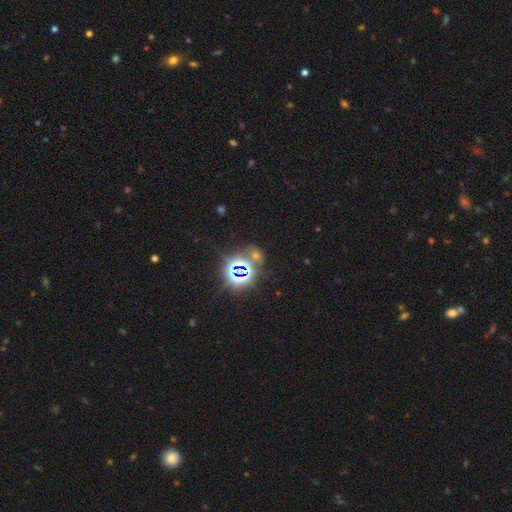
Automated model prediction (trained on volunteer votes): Smooth or featured?
  - star or artifact: 64% *
  - smooth: 28%
  - featured or disk: 9%